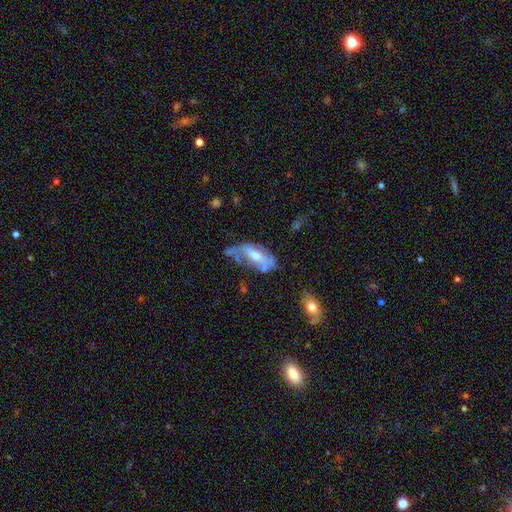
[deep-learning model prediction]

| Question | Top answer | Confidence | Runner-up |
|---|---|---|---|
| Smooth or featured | featured or disk | 63% | smooth (30%) |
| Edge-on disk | no | 84% | yes (16%) |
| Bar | no | 37% | weak (36%) |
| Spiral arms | no | 51% | yes (49%) |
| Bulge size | moderate | 66% | small (22%) |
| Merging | none | 35% | minor disturbance (30%) |